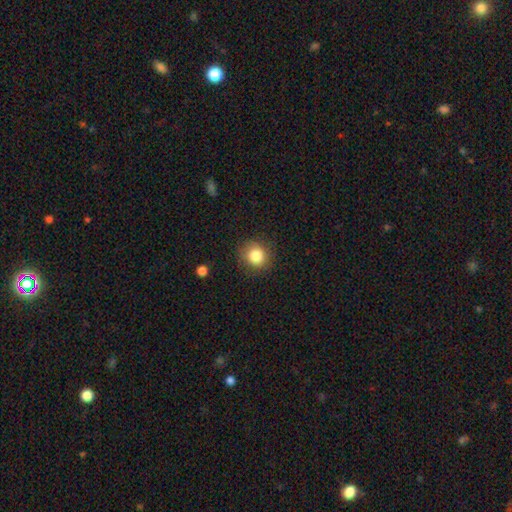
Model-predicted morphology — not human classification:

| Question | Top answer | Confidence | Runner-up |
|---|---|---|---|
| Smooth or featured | smooth | 83% | star or artifact (10%) |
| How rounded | round | 83% | in between (16%) |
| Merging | none | 84% | minor disturbance (12%) |